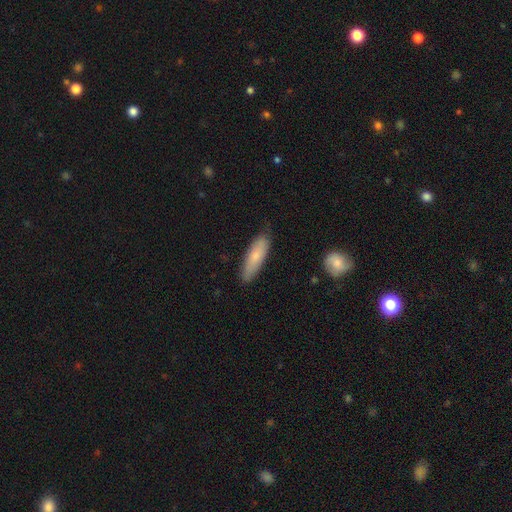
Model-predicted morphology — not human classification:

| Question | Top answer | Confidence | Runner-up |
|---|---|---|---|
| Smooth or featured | smooth | 72% | featured or disk (22%) |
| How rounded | cigar-shaped | 56% | in between (42%) |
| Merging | none | 78% | minor disturbance (18%) |